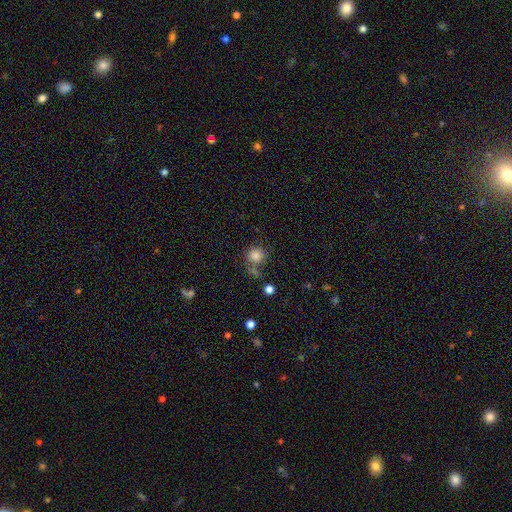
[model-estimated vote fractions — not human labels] This is clearly a smooth galaxy (83%). How rounded: clearly round (86%). Merging: likely none (61%).